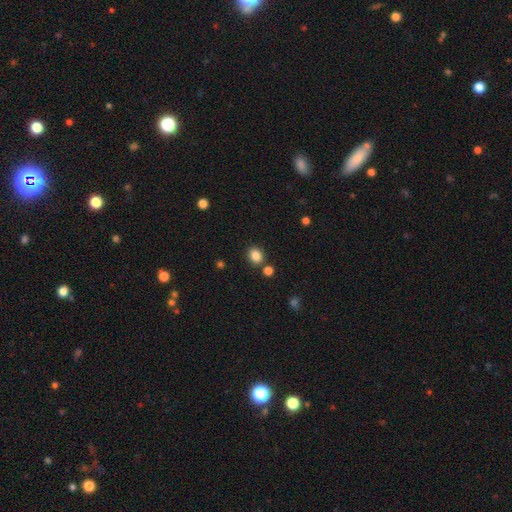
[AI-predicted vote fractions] Morphology: type=smooth (85%); roundness=round (59%); merging=none (79%).